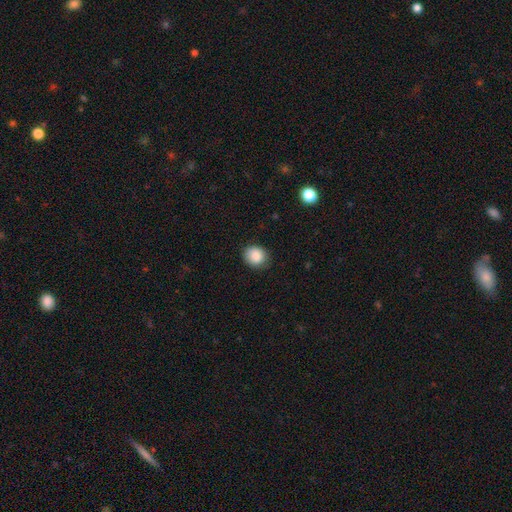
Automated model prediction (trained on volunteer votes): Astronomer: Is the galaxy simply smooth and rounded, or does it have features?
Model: smooth — 87%.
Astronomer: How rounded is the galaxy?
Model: round — 69%.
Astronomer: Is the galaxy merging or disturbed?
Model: none — 83%.